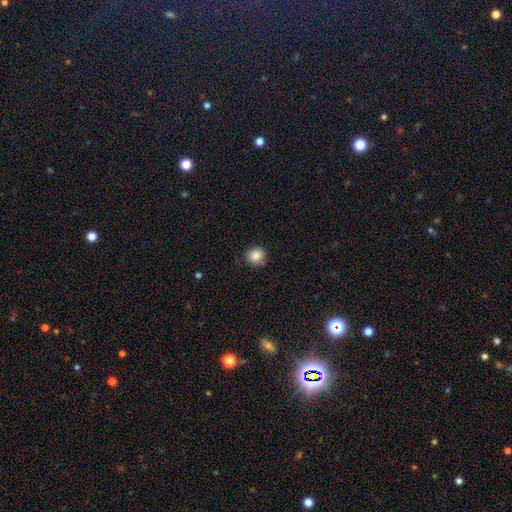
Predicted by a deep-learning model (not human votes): smooth-or-featured: smooth: 86% | star or artifact: 10% | featured or disk: 4%
  how-rounded: round: 88% | in between: 11% | cigar-shaped: 1%
  merging: none: 80% | minor disturbance: 16% | major disturbance: 3% | merger: 2%